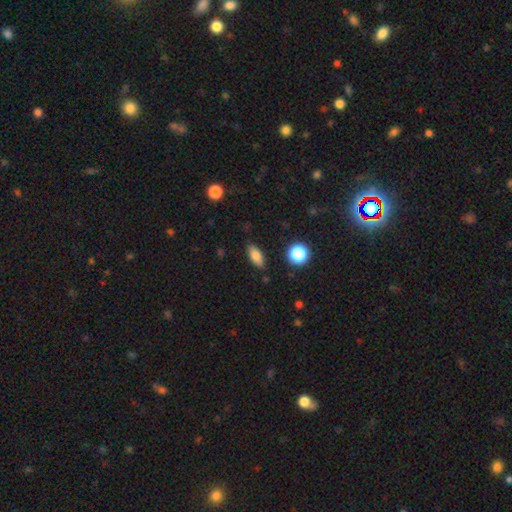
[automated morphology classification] This is likely a smooth galaxy (79%). How rounded: likely in between (80%). Merging: clearly none (84%).